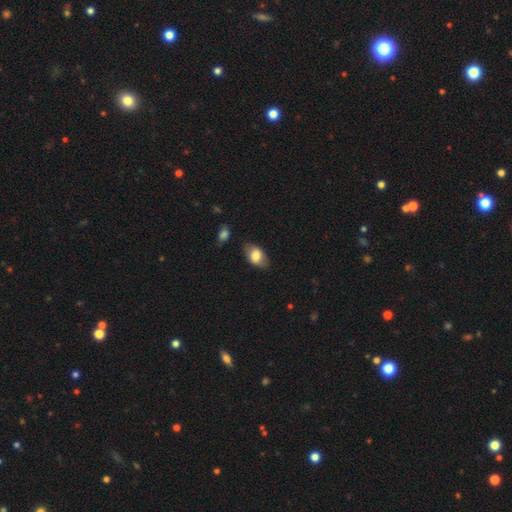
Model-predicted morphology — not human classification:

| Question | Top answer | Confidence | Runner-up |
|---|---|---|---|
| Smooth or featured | smooth | 76% | featured or disk (17%) |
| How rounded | in between | 90% | round (8%) |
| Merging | none | 80% | minor disturbance (15%) |